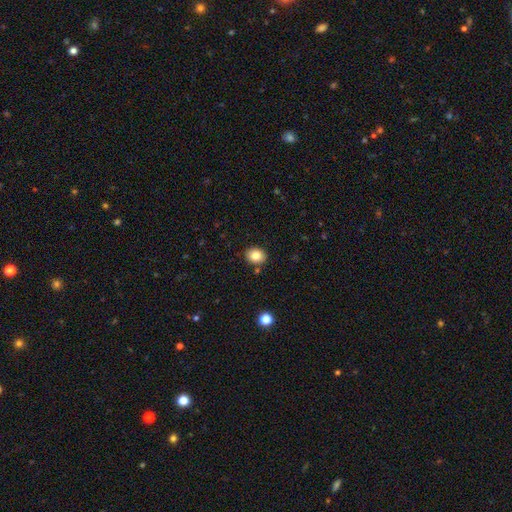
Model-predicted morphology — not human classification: smooth 83%, star or artifact 10%, featured or disk 7%. Down the decision tree: how rounded — round (59%); merging — none (87%).